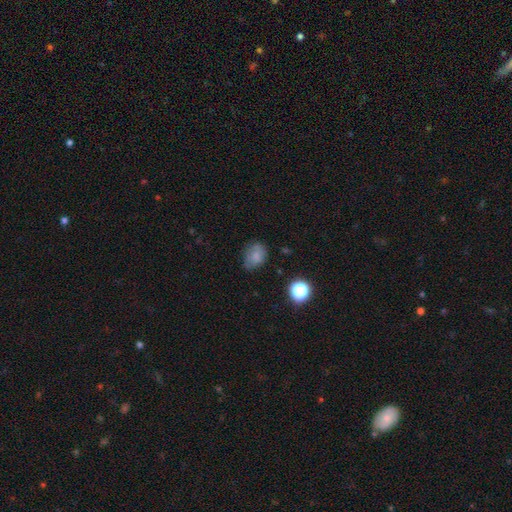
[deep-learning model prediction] Q: Smooth or featured?
A: smooth (73%); runner-up: featured or disk (14%)
Q: How rounded?
A: in between (66%); runner-up: round (32%)
Q: Merging?
A: none (58%); runner-up: minor disturbance (30%)